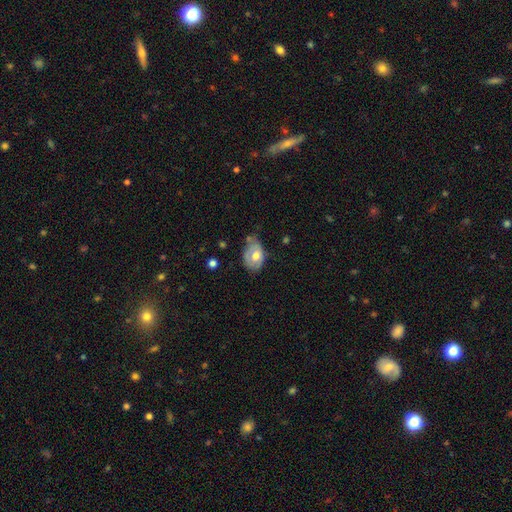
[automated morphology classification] Smooth or featured? Predicted: smooth (p=0.55). How rounded? Predicted: in between (p=0.79). Merging? Predicted: minor disturbance (p=0.41).